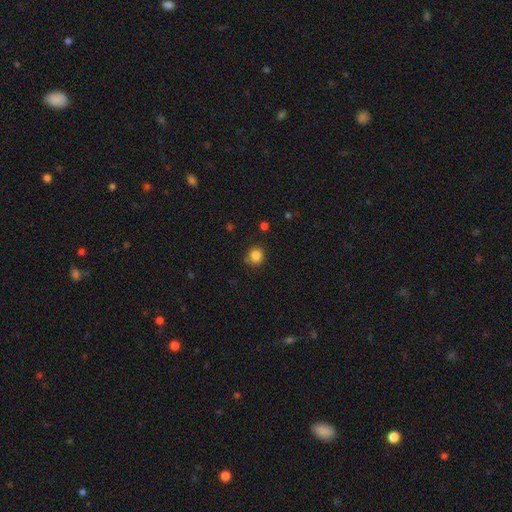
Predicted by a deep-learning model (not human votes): Smooth or featured? smooth (84%)
How rounded? round (90%)
Merging? none (79%)